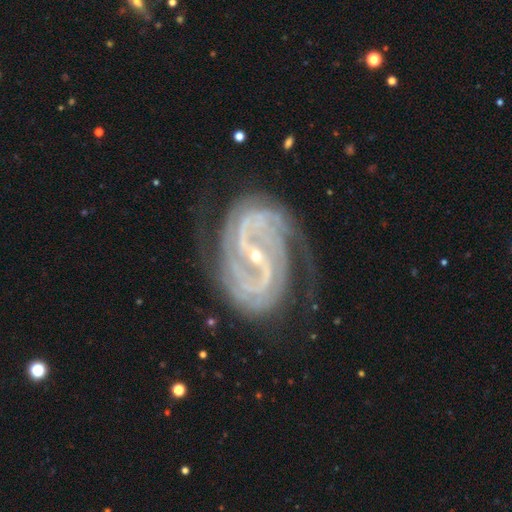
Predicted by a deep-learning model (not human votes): Smooth or featured? featured or disk (92%)
Edge-on disk? no (97%)
Bar? strong (50%)
Spiral arms? yes (98%)
Spiral winding? tight (48%)
Spiral arm count? 2 (56%)
Bulge size? small (79%)
Merging? none (70%)